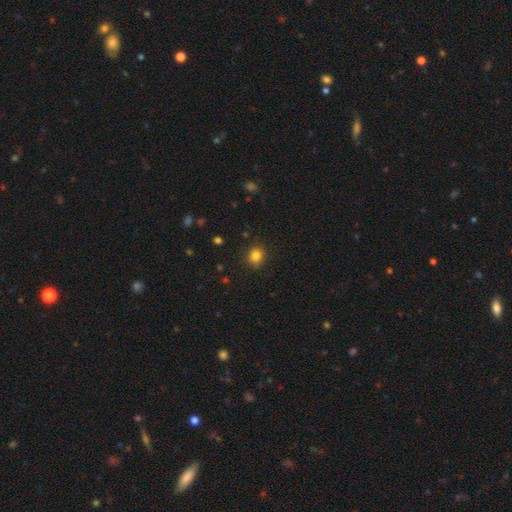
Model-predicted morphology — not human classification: The model was most divided on "how rounded": round: 78%, in between: 21%, cigar-shaped: 1%. More confident: merging — none (86%); smooth or featured — smooth (83%).